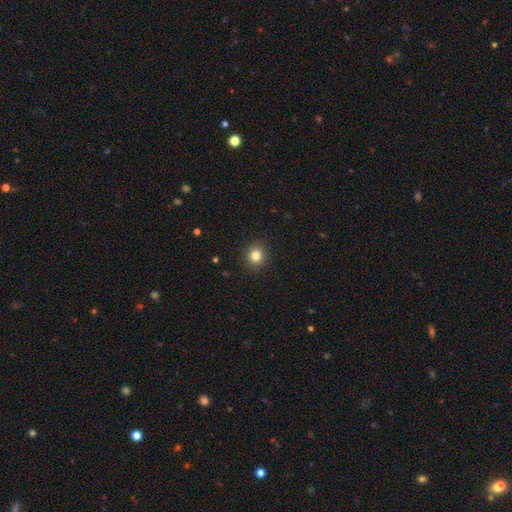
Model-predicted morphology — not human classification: Overall: smooth (83%). How rounded: round (85%). Merging: none (90%).